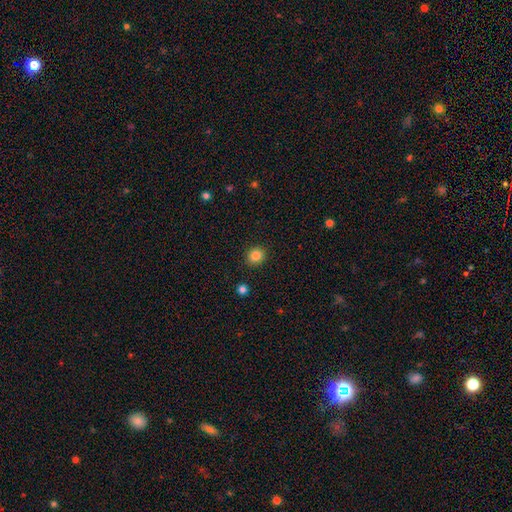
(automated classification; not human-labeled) smooth 84%, star or artifact 11%, featured or disk 5%. Down the decision tree: how rounded — round (78%); merging — none (91%).